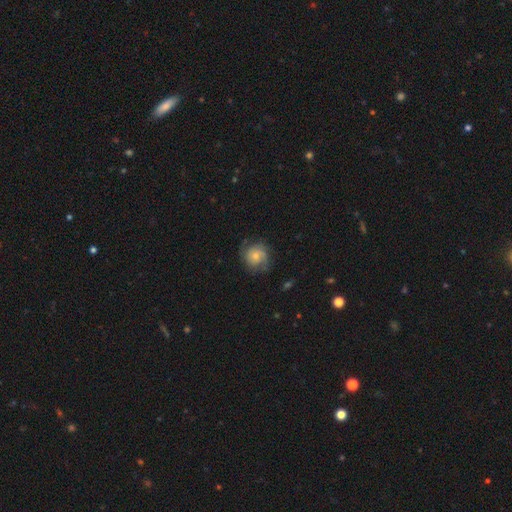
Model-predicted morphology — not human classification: smooth_or_featured: featured or disk (p=0.55) [alt: smooth p=0.37]
disk_edge_on: no (p=0.97) [alt: yes p=0.03]
bar: no (p=0.79) [alt: weak p=0.18]
has_spiral_arms: yes (p=0.85) [alt: no p=0.15]
bulge_size: small (p=0.53) [alt: moderate p=0.40]
merging: none (p=0.70) [alt: minor disturbance p=0.20]